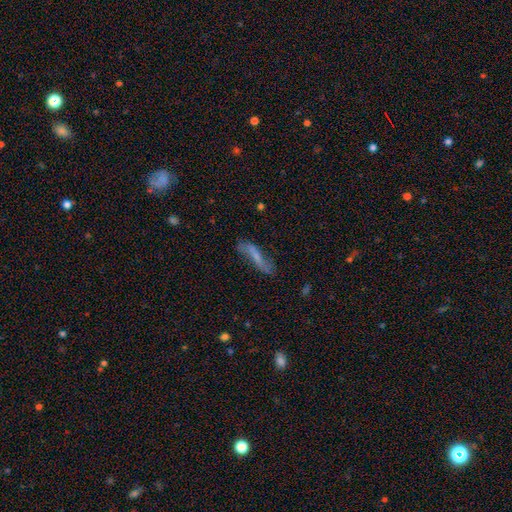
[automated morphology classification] The model was most divided on "smooth or featured": featured or disk: 54%, smooth: 37%, star or artifact: 9%. More confident: edge-on disk — no (71%); merging — none (57%).